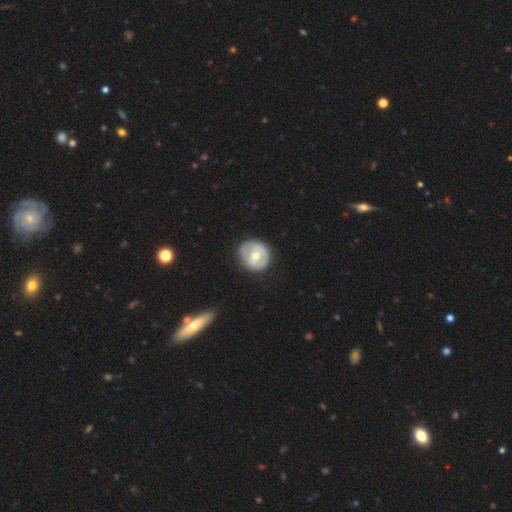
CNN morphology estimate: A smooth galaxy with no disk features (50%).

Vote fractions:
- Smooth or featured? smooth: 50% / featured or disk: 44% / star or artifact: 6%
- Merging? none: 76% / minor disturbance: 18% / major disturbance: 5% / merger: 1%